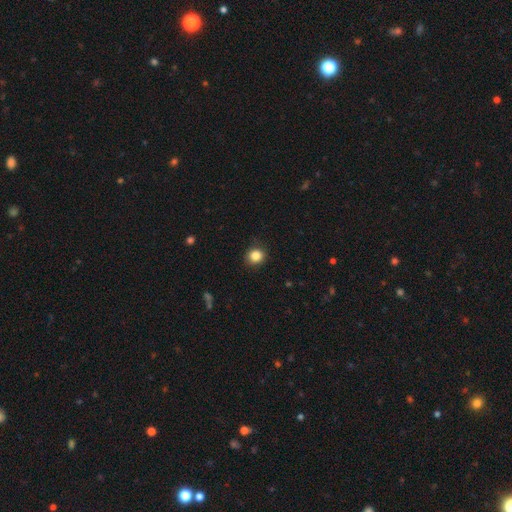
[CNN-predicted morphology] Smooth or featured?
  - smooth: 85% *
  - star or artifact: 11%
  - featured or disk: 5%
How rounded?
  - round: 86% *
  - in between: 13%
  - cigar-shaped: 1%
Merging?
  - none: 89% *
  - minor disturbance: 8%
  - major disturbance: 2%
  - merger: 1%